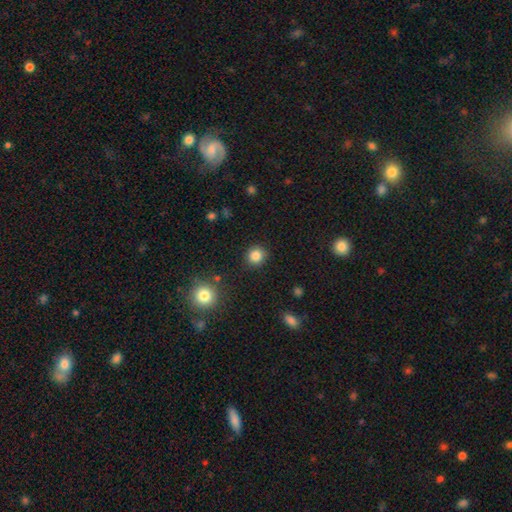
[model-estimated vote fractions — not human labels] The model was most divided on "smooth or featured": smooth: 84%, star or artifact: 12%, featured or disk: 4%. More confident: how rounded — round (89%); merging — none (88%).